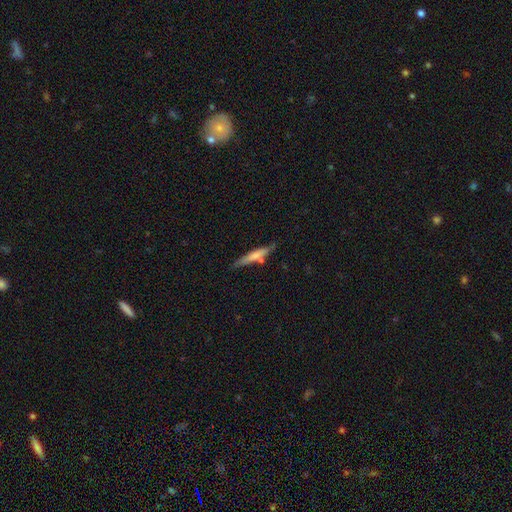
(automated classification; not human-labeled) Smooth or featured: smooth — 60% (featured or disk — 34%)
How rounded: cigar-shaped — 91% (in between — 7%)
Merging: none — 73% (minor disturbance — 15%)